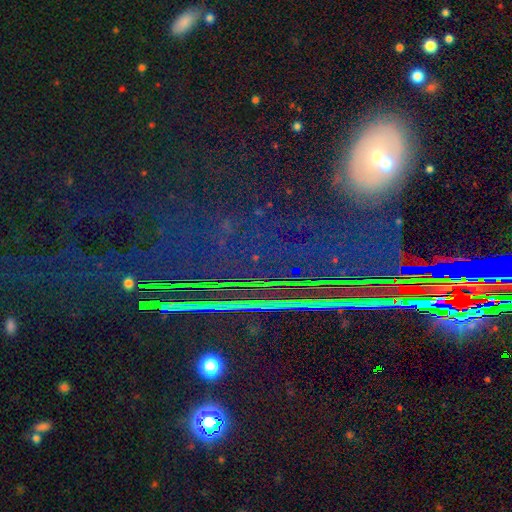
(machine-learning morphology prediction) smooth_or_featured: star or artifact (p=0.73) [alt: featured or disk p=0.14]